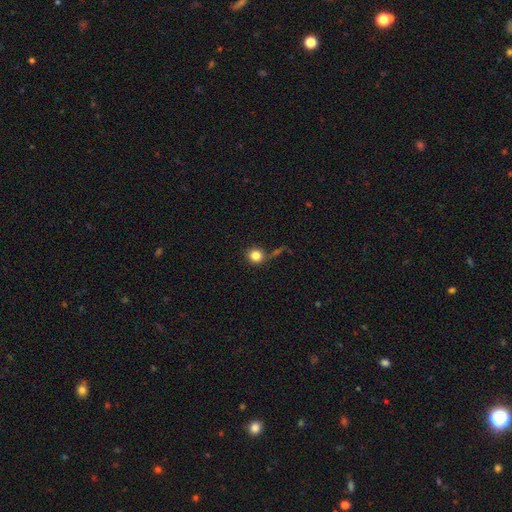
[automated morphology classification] Smooth or featured?
  - smooth: 83% *
  - star or artifact: 11%
  - featured or disk: 7%
How rounded?
  - round: 91% *
  - in between: 8%
  - cigar-shaped: 1%
Merging?
  - none: 68% *
  - minor disturbance: 13%
  - merger: 11%
  - major disturbance: 8%